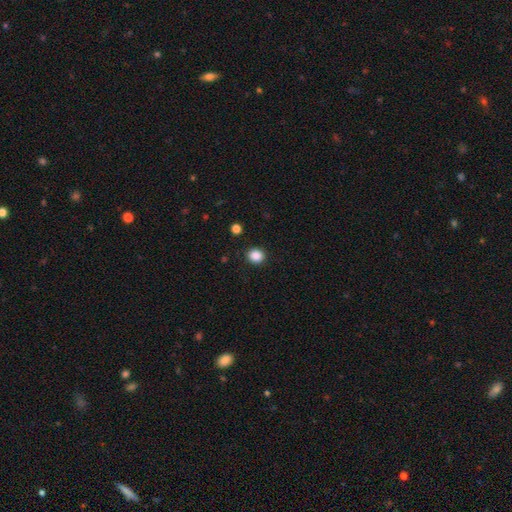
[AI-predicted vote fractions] This appears to be a smooth galaxy with no disk features (87%) that is round (81%). Merging: none (90%).